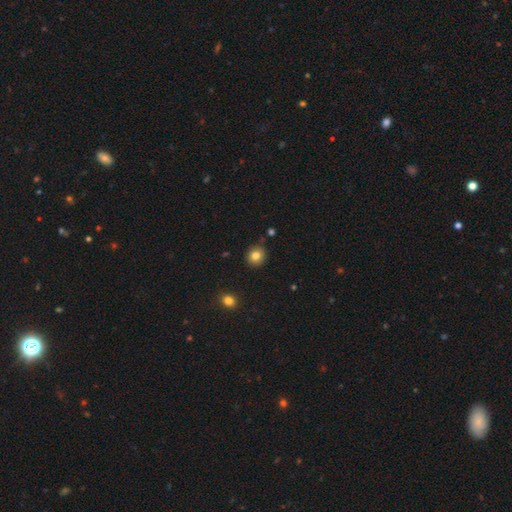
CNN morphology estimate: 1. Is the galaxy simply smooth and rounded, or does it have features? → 81% smooth, 11% star or artifact, 8% featured or disk.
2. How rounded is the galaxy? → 85% round, 14% in between, 1% cigar-shaped.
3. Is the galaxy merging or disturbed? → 86% none, 9% minor disturbance, 2% merger, 2% major disturbance.